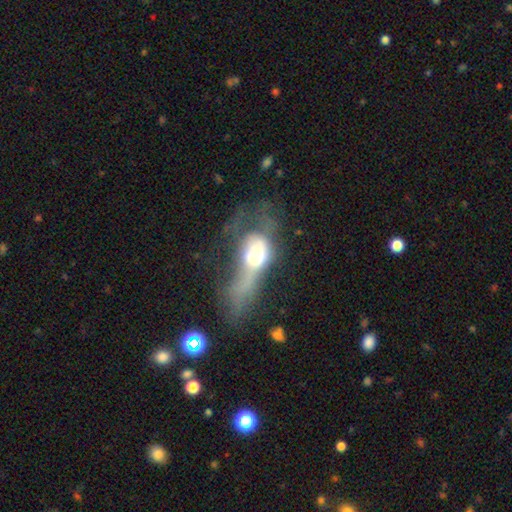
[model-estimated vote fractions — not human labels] featured or disk 44% (tied), smooth 44% (tied), star or artifact 12%. Down the decision tree: merging — major disturbance (58%).